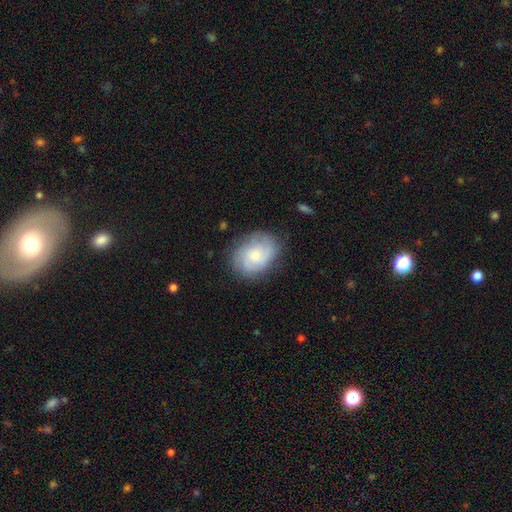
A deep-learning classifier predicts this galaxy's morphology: The model was most divided on "smooth or featured": featured or disk: 49%, smooth: 44%, star or artifact: 7%. More confident: merging — none (73%).